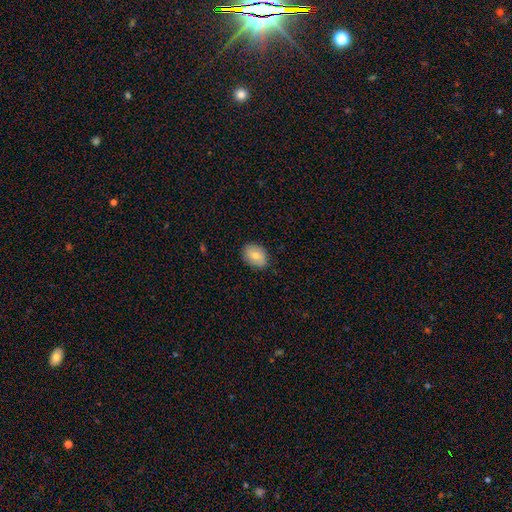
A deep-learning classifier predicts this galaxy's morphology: Overall: smooth (72%). How rounded: in between (70%). Merging: none (84%).